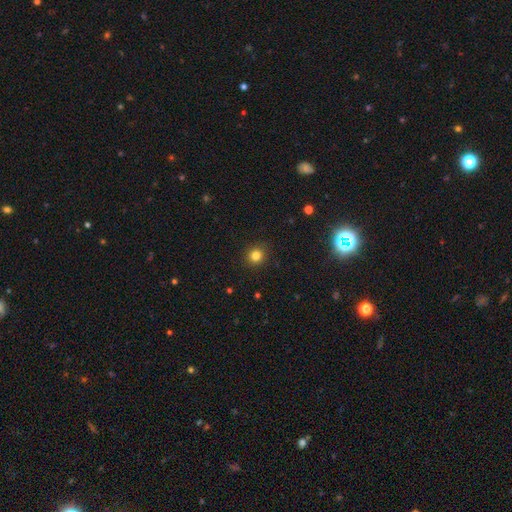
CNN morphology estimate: Overall: smooth (82%). How rounded: round (90%). Merging: none (90%).